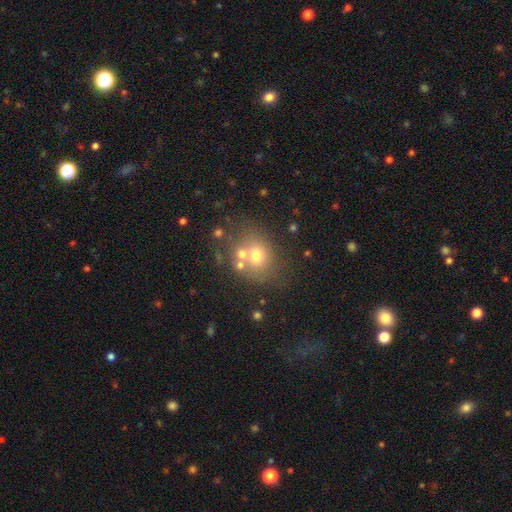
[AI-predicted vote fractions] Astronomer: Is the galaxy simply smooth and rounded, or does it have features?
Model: smooth — 63%.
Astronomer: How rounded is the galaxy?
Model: round — 73%.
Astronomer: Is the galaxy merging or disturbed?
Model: none — 54%.